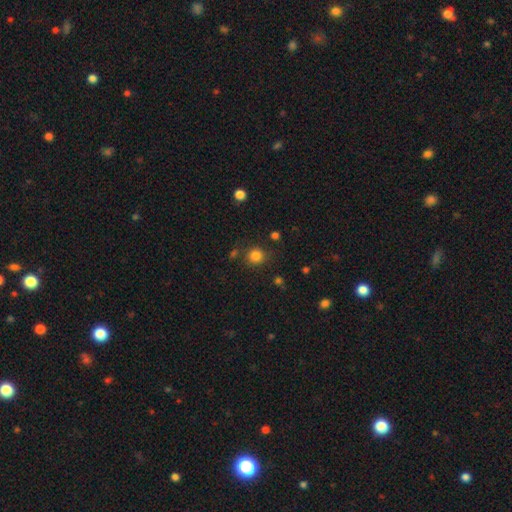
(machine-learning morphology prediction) Overall: smooth (82%). How rounded: round (91%). Merging: none (83%).